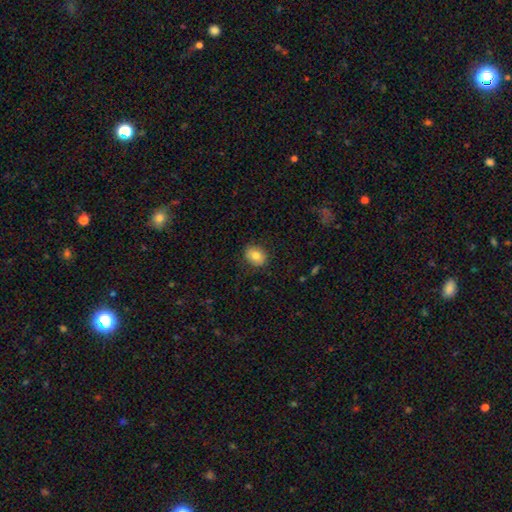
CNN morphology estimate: This is clearly a smooth galaxy (81%). How rounded: possibly in between (58%). Merging: clearly none (85%).